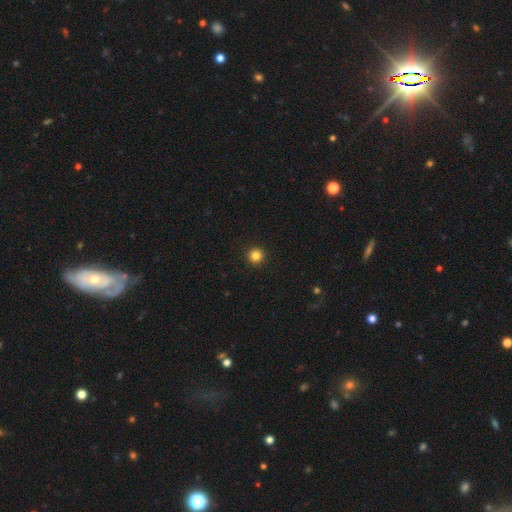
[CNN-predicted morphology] Q: Smooth or featured?
A: smooth (83%); runner-up: star or artifact (13%)
Q: How rounded?
A: round (96%); runner-up: in between (3%)
Q: Merging?
A: none (94%); runner-up: minor disturbance (4%)